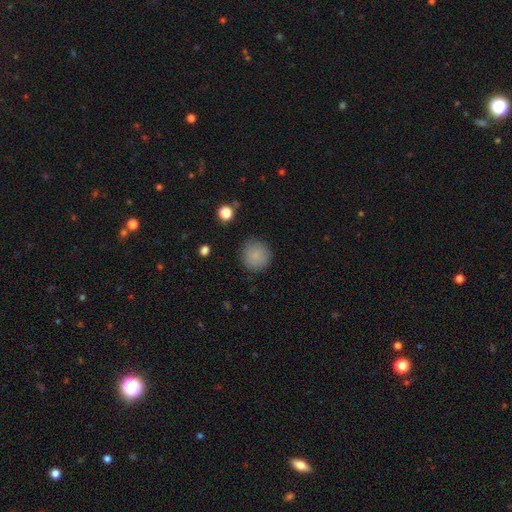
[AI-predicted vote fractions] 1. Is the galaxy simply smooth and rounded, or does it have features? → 85% smooth, 9% star or artifact, 5% featured or disk.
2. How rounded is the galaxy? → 93% round, 6% in between, 1% cigar-shaped.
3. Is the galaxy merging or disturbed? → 85% none, 11% minor disturbance, 3% major disturbance, 1% merger.